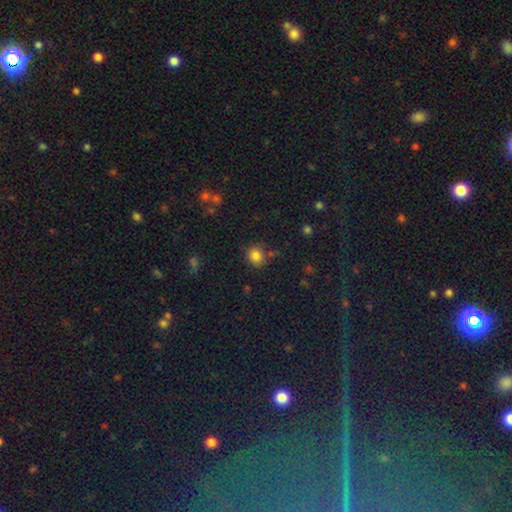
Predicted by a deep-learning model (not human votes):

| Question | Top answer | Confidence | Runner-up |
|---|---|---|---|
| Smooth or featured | smooth | 81% | star or artifact (13%) |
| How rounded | round | 80% | in between (19%) |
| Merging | none | 77% | minor disturbance (12%) |